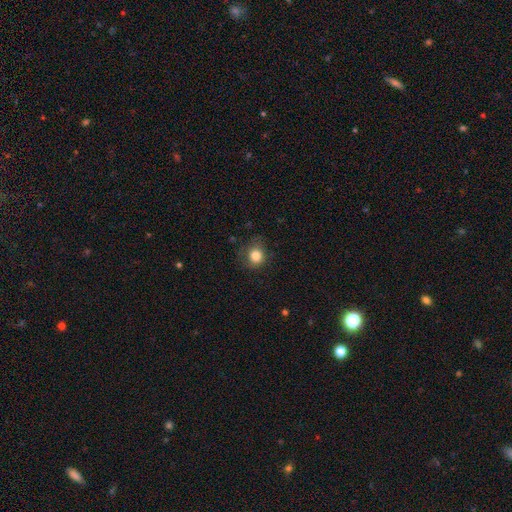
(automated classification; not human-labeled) A smooth galaxy with no disk features (83%) that is round (79%).

Vote fractions:
- Smooth or featured? smooth: 83% / star or artifact: 11% / featured or disk: 7%
- How rounded? round: 79% / in between: 21% / cigar-shaped: 1%
- Merging? none: 73% / minor disturbance: 20% / major disturbance: 6% / merger: 1%